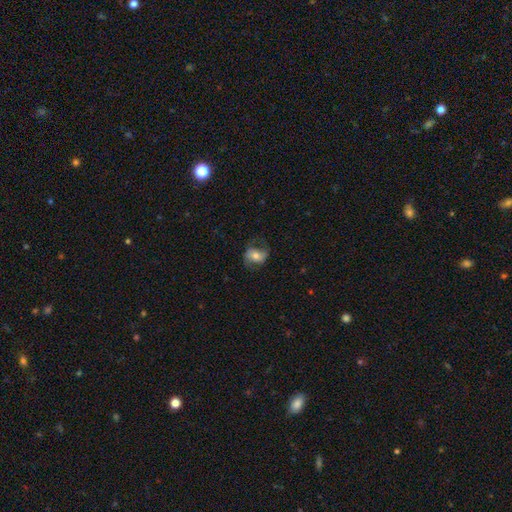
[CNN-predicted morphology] Q: Smooth or featured?
A: smooth (46%); tied with: featured or disk (46%)
Q: Merging?
A: none (64%); runner-up: minor disturbance (20%)